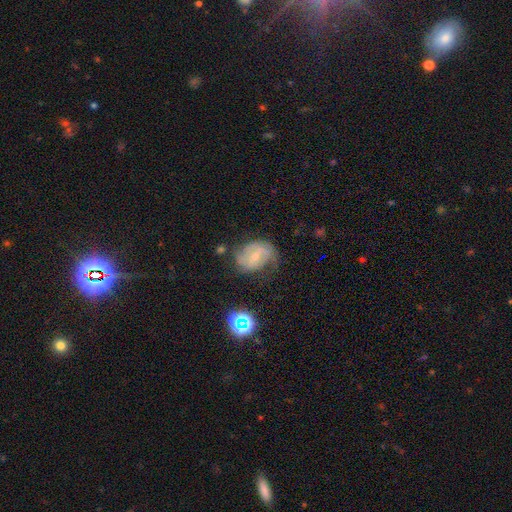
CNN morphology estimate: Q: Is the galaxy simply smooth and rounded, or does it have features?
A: featured or disk — 67%.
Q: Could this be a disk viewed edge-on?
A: no — 97%.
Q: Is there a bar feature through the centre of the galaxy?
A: weak — 51%.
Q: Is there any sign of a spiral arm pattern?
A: yes — 85%.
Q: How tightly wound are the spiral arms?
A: medium — 45%.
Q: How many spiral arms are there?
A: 2 — 62%.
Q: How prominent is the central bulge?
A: small — 59%.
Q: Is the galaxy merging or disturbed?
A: none — 52%.